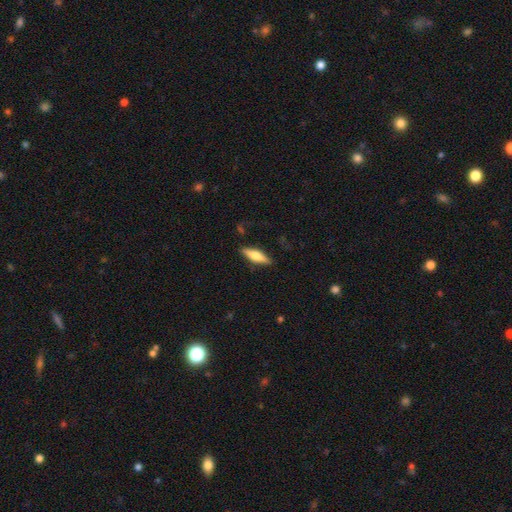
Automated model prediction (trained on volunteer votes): Smooth or featured? smooth (55%)
How rounded? cigar-shaped (60%)
Merging? none (85%)